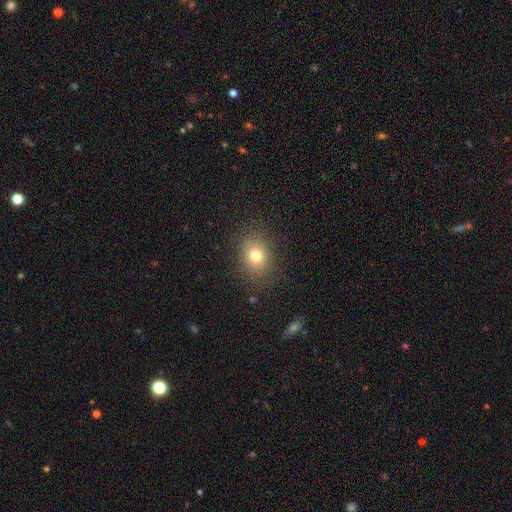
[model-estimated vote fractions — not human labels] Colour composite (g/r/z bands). It shows a smooth galaxy with no disk features (77%) that is in between round and cigar-shaped (52%). Merging: none (83%).